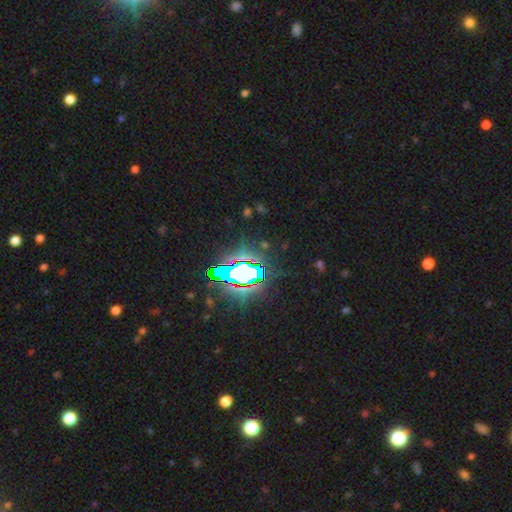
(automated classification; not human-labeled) A star or artifact, not a galaxy (83%).

Vote fractions:
- Smooth or featured? star or artifact: 83% / smooth: 9% / featured or disk: 7%